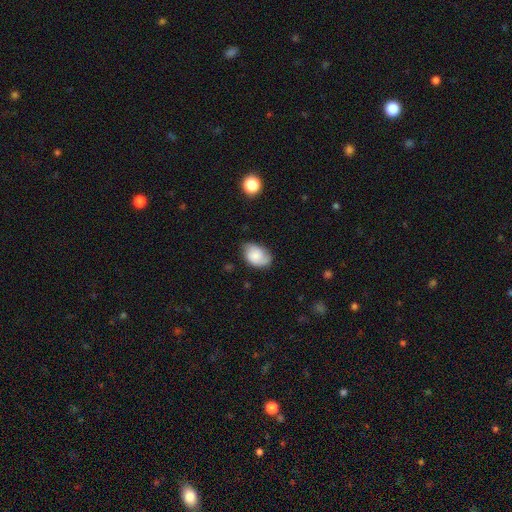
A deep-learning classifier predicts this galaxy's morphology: A smooth galaxy with no disk features (64%) that is in between round and cigar-shaped (84%).

Vote fractions:
- Smooth or featured? smooth: 64% / featured or disk: 28% / star or artifact: 8%
- How rounded? in between: 84% / round: 15% / cigar-shaped: 1%
- Merging? none: 61% / minor disturbance: 30% / major disturbance: 7% / merger: 2%